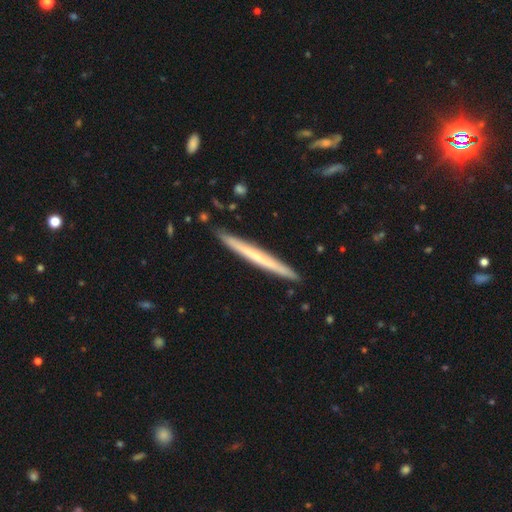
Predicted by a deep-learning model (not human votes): Smooth or featured?
  - featured or disk: 49% *
  - smooth: 46%
  - star or artifact: 5%
Merging?
  - none: 90% *
  - minor disturbance: 7%
  - merger: 1%
  - major disturbance: 1%